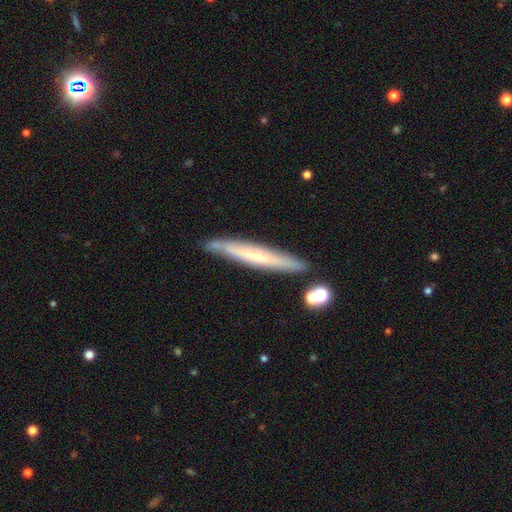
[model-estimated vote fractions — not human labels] A featured or disk galaxy (52%) viewed edge-on (87%).

Vote fractions:
- Smooth or featured? featured or disk: 52% / smooth: 41% / star or artifact: 7%
- Edge-on disk? yes: 87% / no: 13%
- Merging? none: 81% / minor disturbance: 12% / merger: 4% / major disturbance: 2%